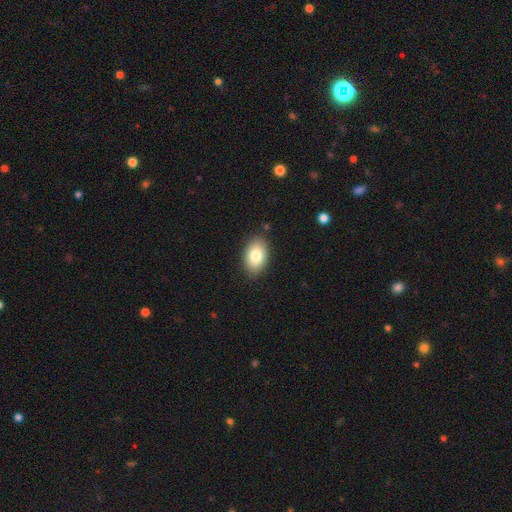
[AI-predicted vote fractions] This is clearly a smooth galaxy (82%). How rounded: clearly in between (88%). Merging: clearly none (86%).